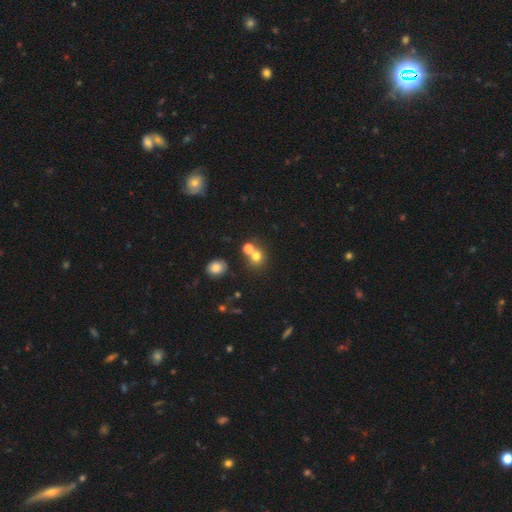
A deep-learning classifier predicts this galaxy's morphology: A smooth galaxy with no disk features (73%) that is round (80%). Merging: none (47%).